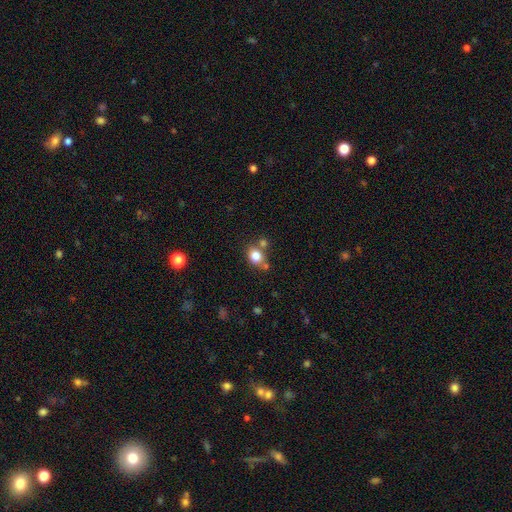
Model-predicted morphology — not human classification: smooth-or-featured: smooth: 81% | star or artifact: 11% | featured or disk: 8%
  how-rounded: round: 63% | in between: 36% | cigar-shaped: 1%
  merging: none: 62% | merger: 21% | minor disturbance: 13% | major disturbance: 4%